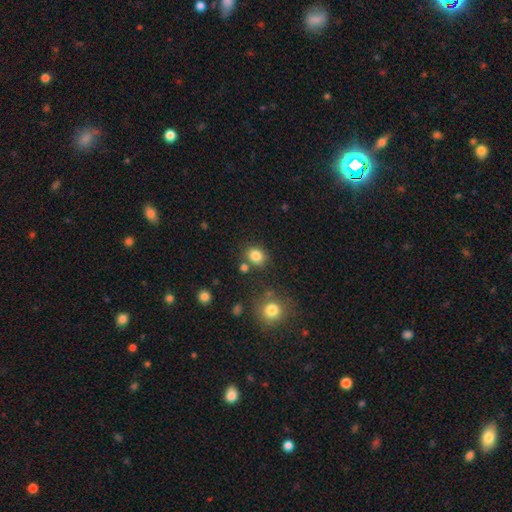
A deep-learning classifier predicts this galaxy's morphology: The model was most divided on "how rounded": round: 57%, in between: 42%, cigar-shaped: 1%. More confident: smooth or featured — smooth (84%); merging — none (76%).